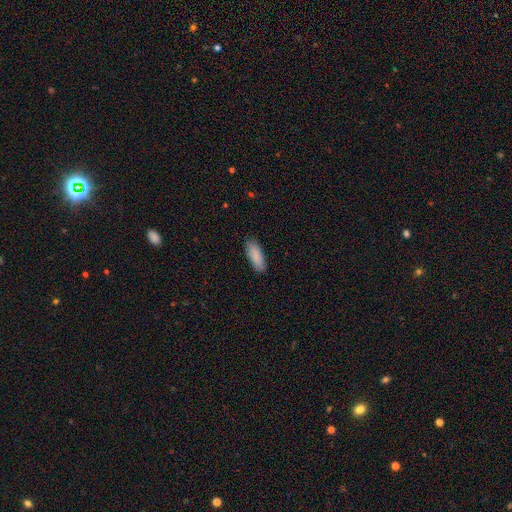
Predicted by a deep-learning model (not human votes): Overall: smooth (89%). How rounded: in between (69%). Merging: none (88%).